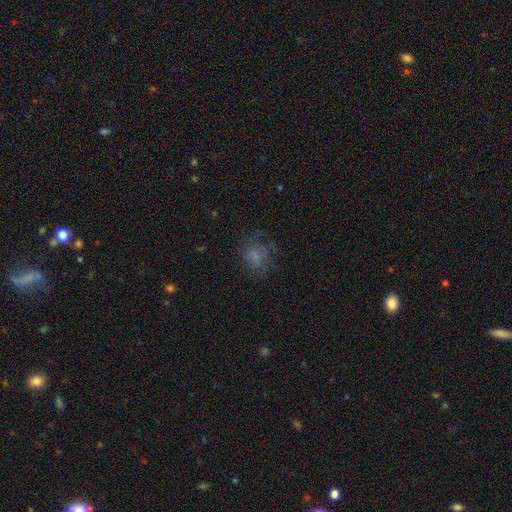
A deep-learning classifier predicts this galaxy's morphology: smooth_or_featured: smooth (p=0.55) [alt: featured or disk p=0.28]
how_rounded: round (p=0.63) [alt: in between p=0.36]
merging: none (p=0.58) [alt: minor disturbance p=0.20]